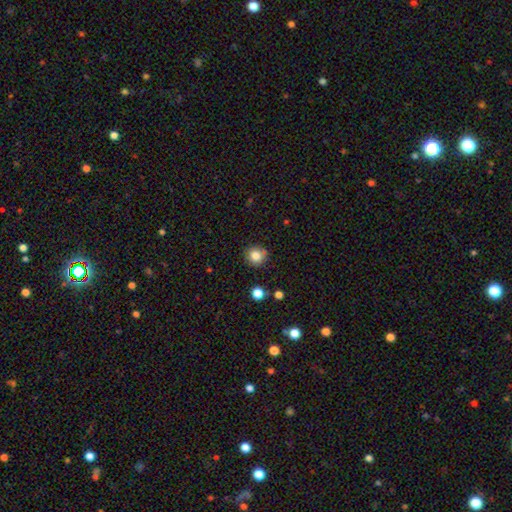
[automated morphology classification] Q: Smooth or featured?
A: smooth (83%); runner-up: star or artifact (11%)
Q: How rounded?
A: round (90%); runner-up: in between (9%)
Q: Merging?
A: none (83%); runner-up: minor disturbance (11%)